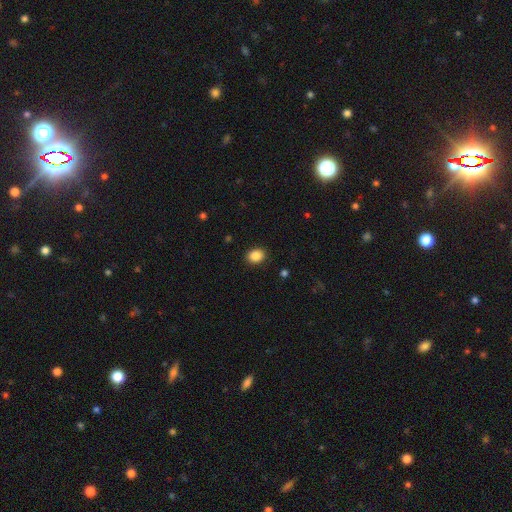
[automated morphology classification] Smooth or featured? Predicted: smooth (p=0.87). How rounded? Predicted: in between (p=0.53). Merging? Predicted: none (p=0.89).